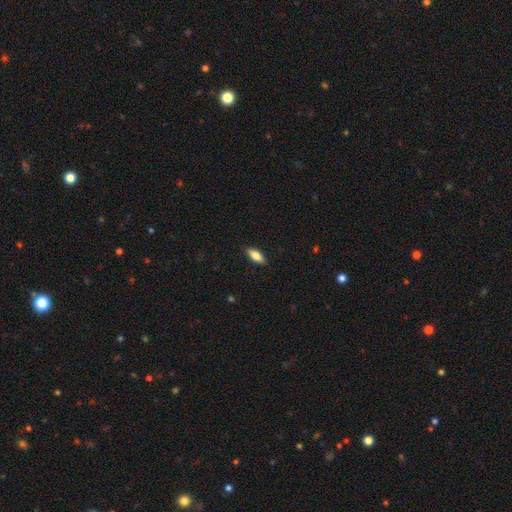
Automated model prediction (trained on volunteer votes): The model was most divided on "smooth or featured": smooth: 70%, featured or disk: 23%, star or artifact: 7%. More confident: merging — none (88%); how rounded — in between (74%).